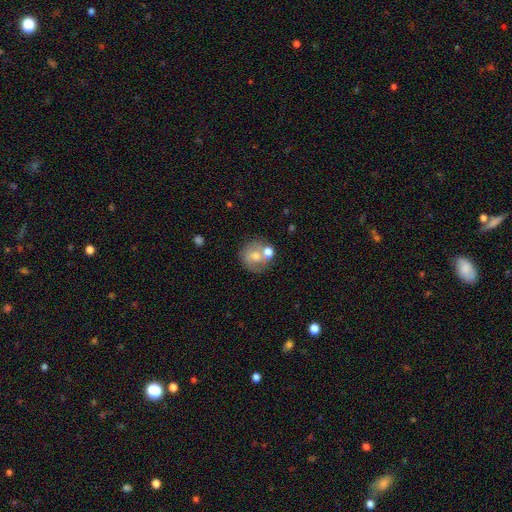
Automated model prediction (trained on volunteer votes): Overall: smooth (58%; featured or disk 32%). How rounded: round (83%). Merging: none (49%; merger 29%).